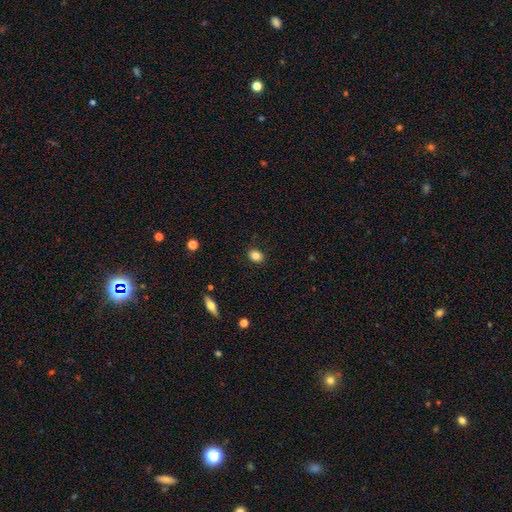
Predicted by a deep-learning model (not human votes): A smooth galaxy with no disk features (83%) that is in between round and cigar-shaped (51%). Merging: none (88%).